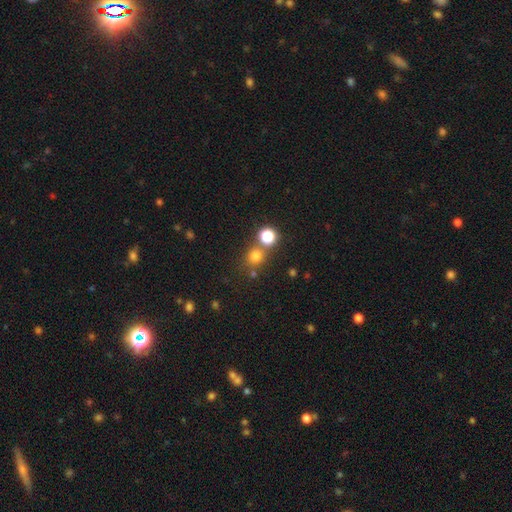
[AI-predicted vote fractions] Q: Smooth or featured?
A: smooth (74%); runner-up: star or artifact (20%)
Q: How rounded?
A: round (83%); runner-up: in between (16%)
Q: Merging?
A: none (67%); runner-up: merger (21%)